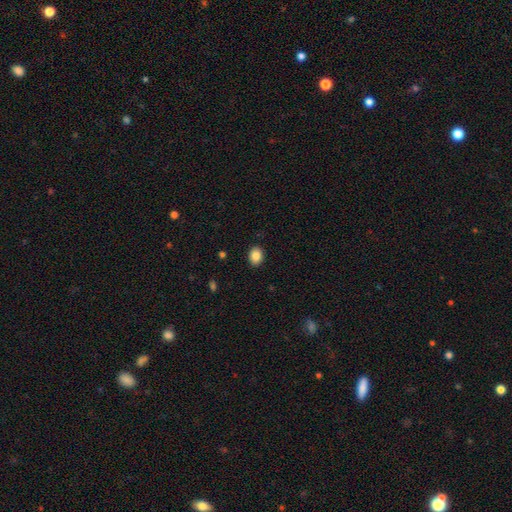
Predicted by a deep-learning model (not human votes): Q: Smooth or featured?
A: smooth (87%); runner-up: star or artifact (9%)
Q: How rounded?
A: in between (60%); runner-up: round (39%)
Q: Merging?
A: none (89%); runner-up: minor disturbance (8%)